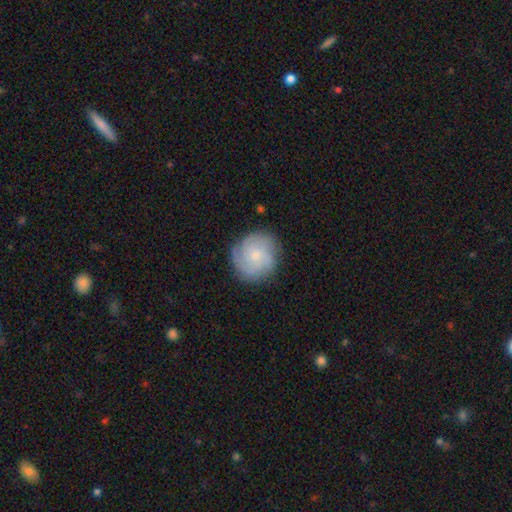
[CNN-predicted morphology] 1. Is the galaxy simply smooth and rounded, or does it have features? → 64% featured or disk, 28% smooth, 7% star or artifact.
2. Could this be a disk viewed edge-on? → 98% no, 2% yes.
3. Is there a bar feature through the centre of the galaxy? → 76% no, 21% weak, 2% strong.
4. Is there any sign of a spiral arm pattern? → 93% yes, 7% no.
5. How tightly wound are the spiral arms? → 61% tight, 31% medium, 9% loose.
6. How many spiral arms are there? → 30% can't tell, 28% 3, 18% 4, 12% 2, 6% more than 4, 6% 1.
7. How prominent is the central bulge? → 71% small, 24% moderate, 2% none, 1% large, 1% dominant.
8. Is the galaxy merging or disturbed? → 81% none, 14% minor disturbance, 4% major disturbance, 1% merger.